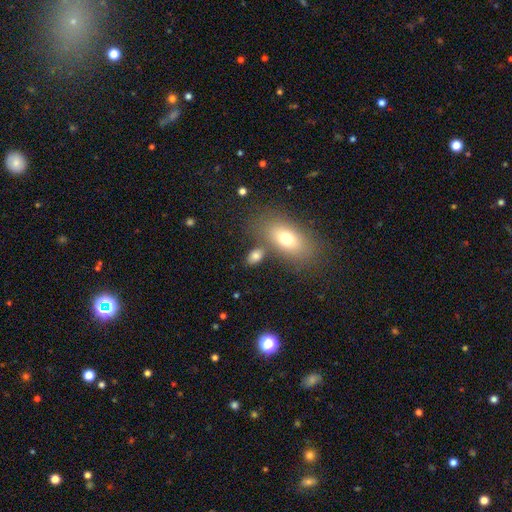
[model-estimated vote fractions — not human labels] A smooth galaxy with no disk features (77%) that is in between round and cigar-shaped (84%).

Vote fractions:
- Smooth or featured? smooth: 77% / featured or disk: 13% / star or artifact: 11%
- How rounded? in between: 84% / round: 11% / cigar-shaped: 4%
- Merging? none: 66% / merger: 16% / minor disturbance: 12% / major disturbance: 6%